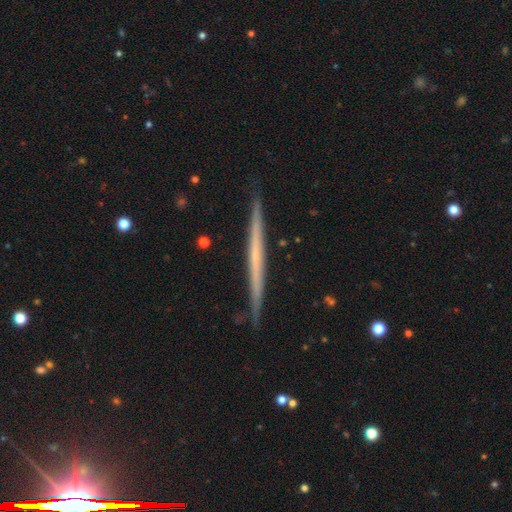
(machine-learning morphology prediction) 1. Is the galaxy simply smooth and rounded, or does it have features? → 62% featured or disk, 32% smooth, 5% star or artifact.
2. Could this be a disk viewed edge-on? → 98% yes, 2% no.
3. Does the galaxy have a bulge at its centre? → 88% none, 8% rounded, 4% boxy.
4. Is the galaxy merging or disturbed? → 91% none, 7% minor disturbance, 1% major disturbance, 1% merger.